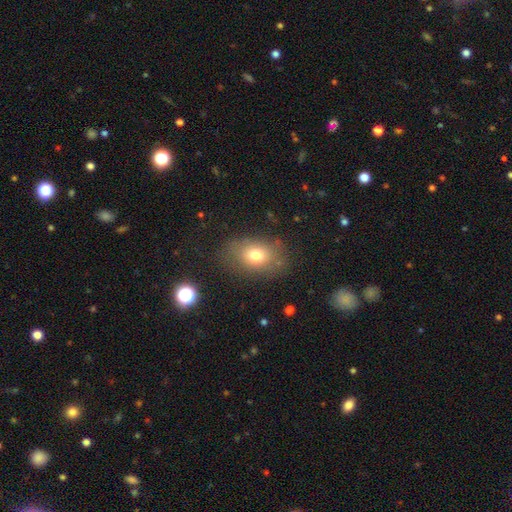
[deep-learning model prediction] A smooth galaxy with no disk features (74%) that is in between round and cigar-shaped (74%). Merging: none (74%).